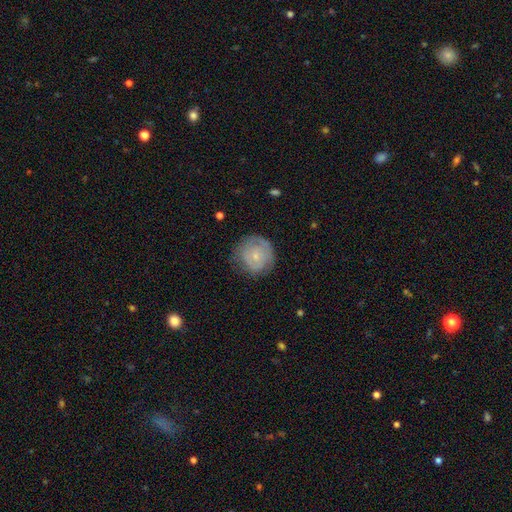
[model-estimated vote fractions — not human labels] This appears to be a smooth galaxy with no disk features (52%) that is round (90%). Merging: none (69%).